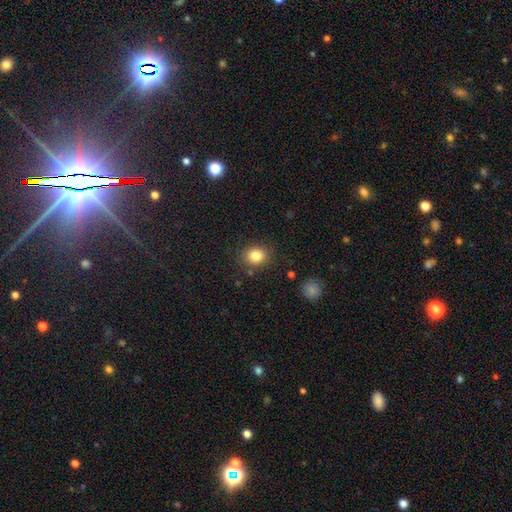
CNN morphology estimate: smooth_or_featured: smooth (p=0.82) [alt: star or artifact p=0.11]
how_rounded: round (p=0.74) [alt: in between p=0.25]
merging: none (p=0.84) [alt: minor disturbance p=0.10]